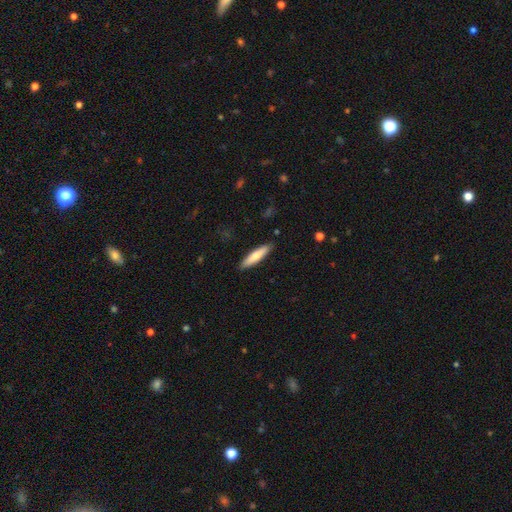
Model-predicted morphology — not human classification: type=smooth (72%); roundness=cigar-shaped (79%); merging=none (89%).